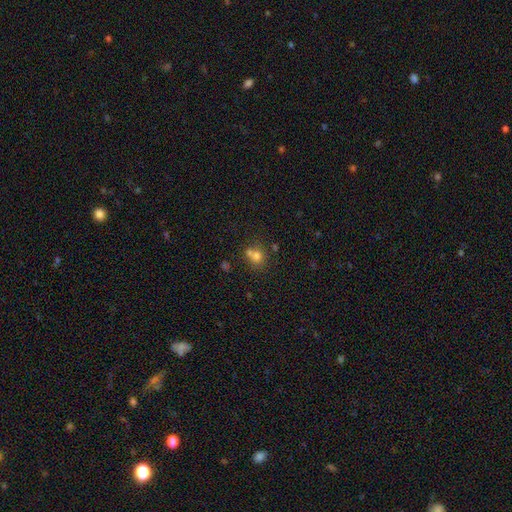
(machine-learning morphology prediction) Overall: smooth (71%). How rounded: round (78%). Merging: merger (45%, tied with none).